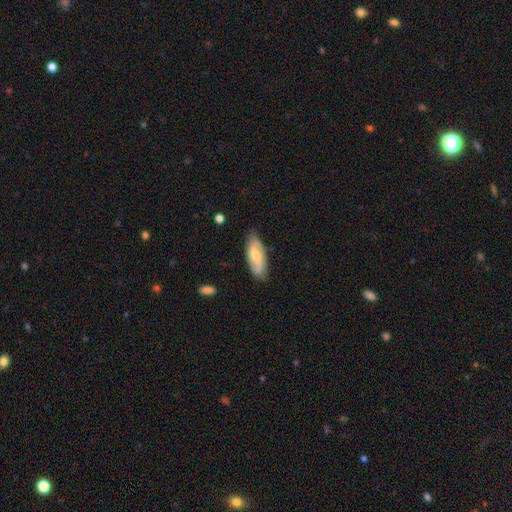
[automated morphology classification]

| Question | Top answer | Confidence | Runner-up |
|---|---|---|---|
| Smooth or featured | featured or disk | 56% | smooth (38%) |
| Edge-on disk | no | 88% | yes (12%) |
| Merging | none | 77% | minor disturbance (18%) |